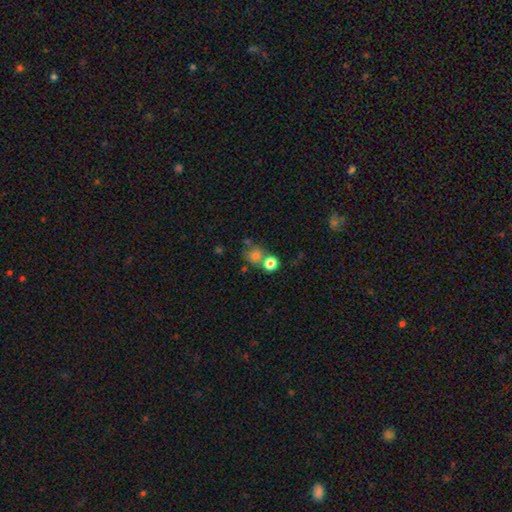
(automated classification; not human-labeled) smooth 75%, star or artifact 14%, featured or disk 11%. Down the decision tree: how rounded — round (81%); merging — none (52%).